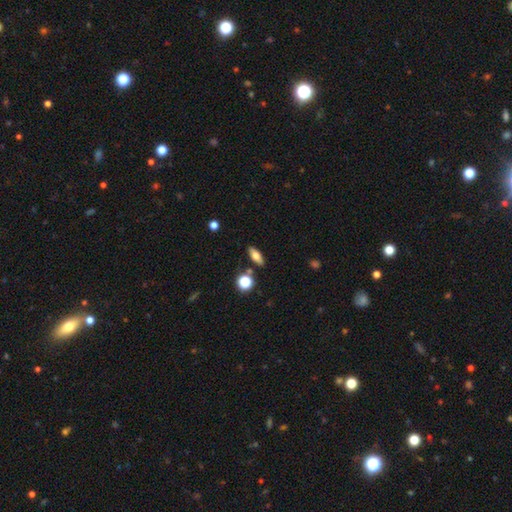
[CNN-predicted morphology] Smooth or featured? smooth (67%)
How rounded? in between (69%)
Merging? none (84%)